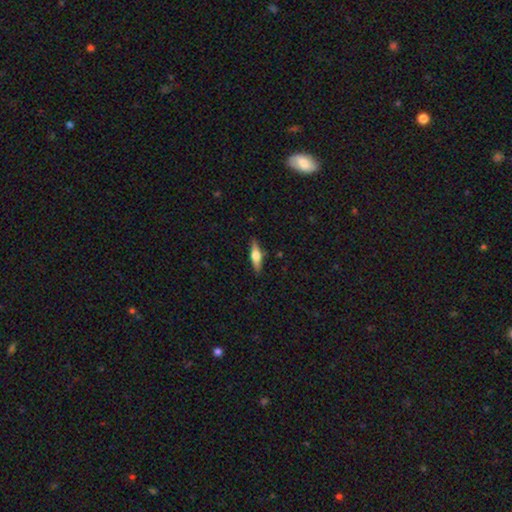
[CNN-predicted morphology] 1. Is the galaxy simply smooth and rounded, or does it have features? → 50% featured or disk, 44% smooth, 6% star or artifact.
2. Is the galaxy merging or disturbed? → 87% none, 10% minor disturbance, 2% major disturbance, 2% merger.